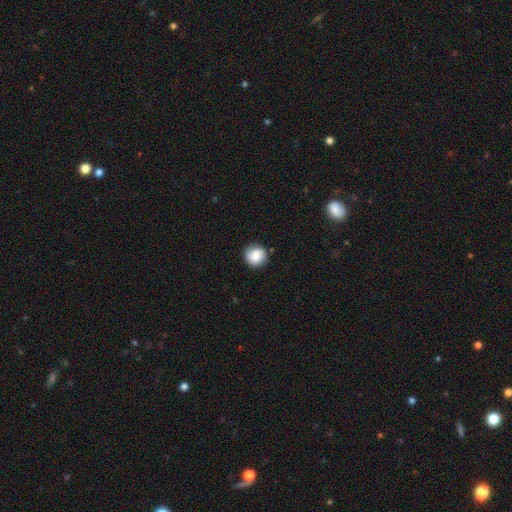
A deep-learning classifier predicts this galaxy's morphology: This is clearly a smooth galaxy (80%). How rounded: clearly round (91%). Merging: clearly none (82%).